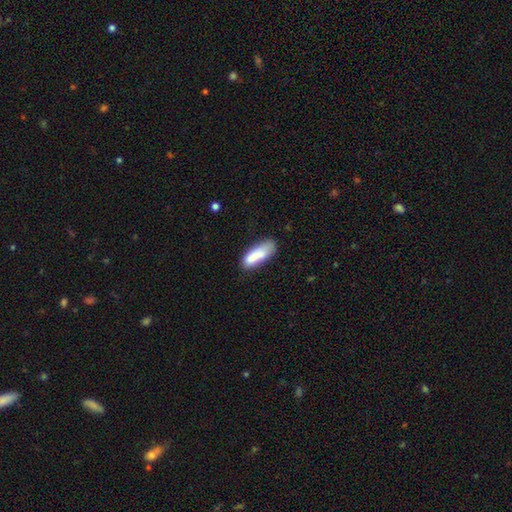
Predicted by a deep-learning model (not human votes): smooth_or_featured: smooth (p=0.77) [alt: featured or disk p=0.16]
how_rounded: in between (p=0.55) [alt: cigar-shaped p=0.43]
merging: none (p=0.50) [alt: minor disturbance p=0.26]